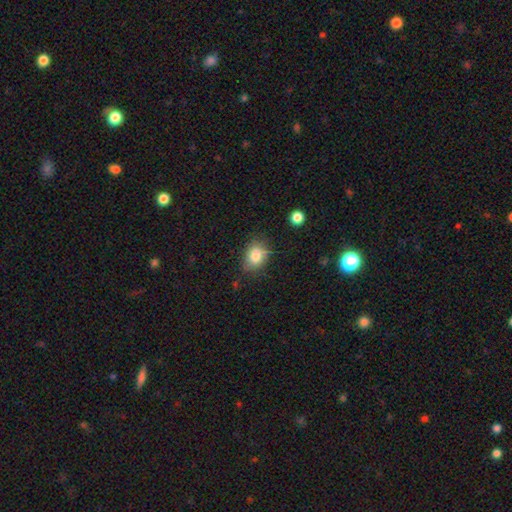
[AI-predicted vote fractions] This is clearly a smooth galaxy (81%). How rounded: possibly in between (56%). Merging: likely none (71%).